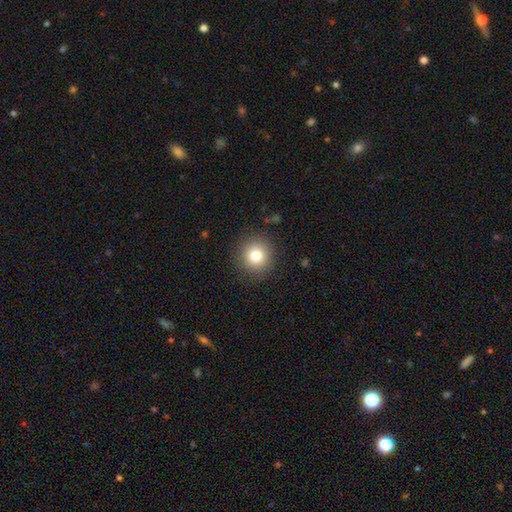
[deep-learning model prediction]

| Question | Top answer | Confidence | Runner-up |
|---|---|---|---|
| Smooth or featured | smooth | 80% | star or artifact (11%) |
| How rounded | round | 93% | in between (6%) |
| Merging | none | 89% | minor disturbance (7%) |